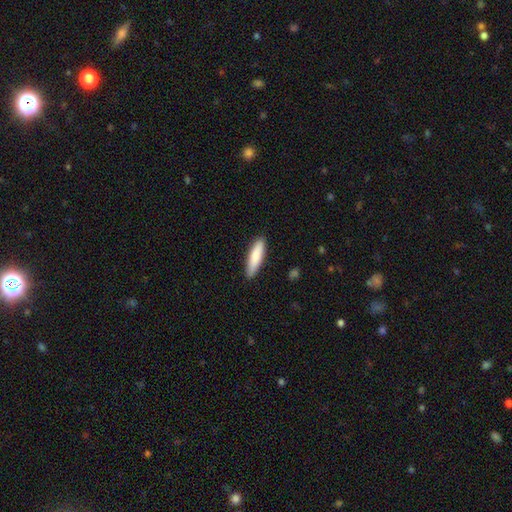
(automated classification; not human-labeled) Overall: smooth (82%). How rounded: cigar-shaped (70%). Merging: none (88%).